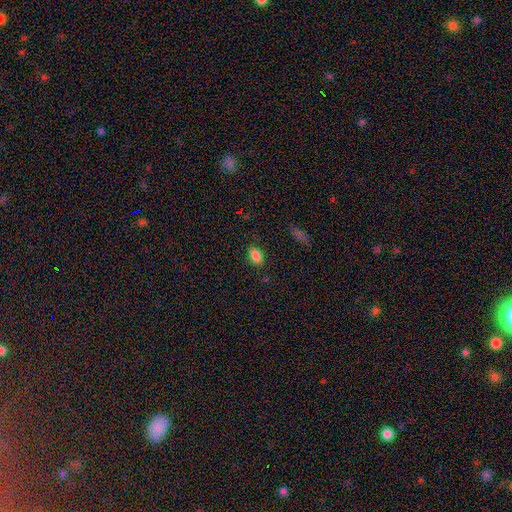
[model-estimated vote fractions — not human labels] A smooth galaxy with no disk features (84%) that is in between round and cigar-shaped (82%). Merging: none (84%).